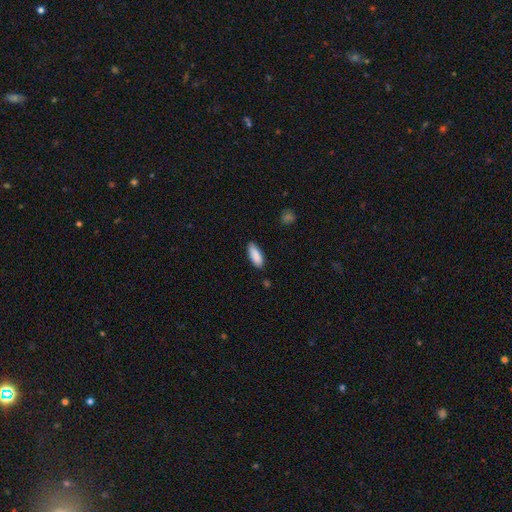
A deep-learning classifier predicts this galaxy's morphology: Smooth or featured? smooth (88%)
How rounded? in between (78%)
Merging? none (84%)